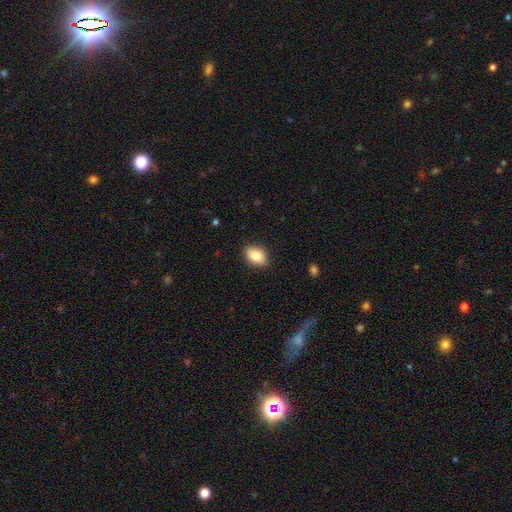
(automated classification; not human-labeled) Q: Smooth or featured?
A: smooth (85%); runner-up: featured or disk (8%)
Q: How rounded?
A: in between (85%); runner-up: round (13%)
Q: Merging?
A: none (86%); runner-up: minor disturbance (11%)